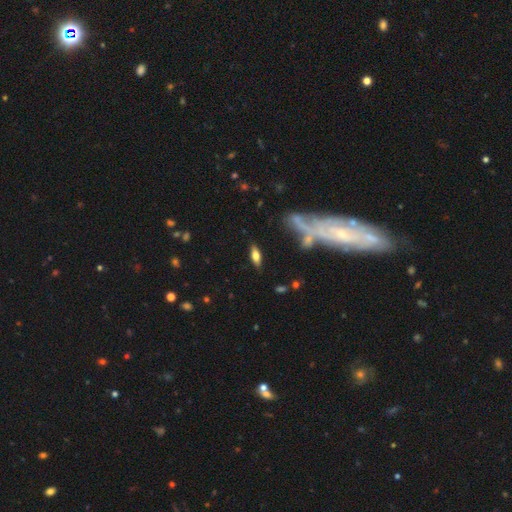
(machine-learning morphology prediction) This appears to be a smooth galaxy with no disk features (58%) that is in between round and cigar-shaped (67%). Merging: none (82%).